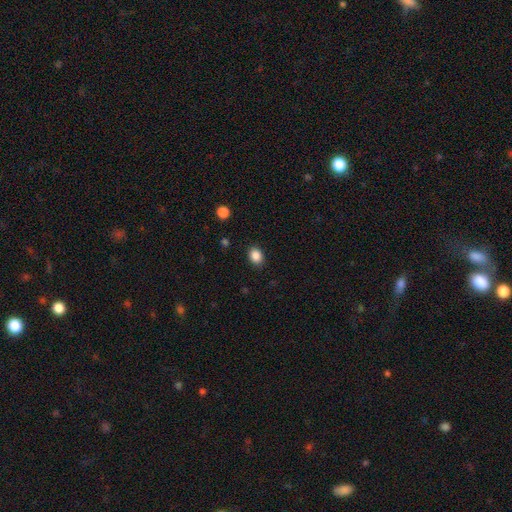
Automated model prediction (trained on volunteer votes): A smooth galaxy with no disk features (87%) that is in between round and cigar-shaped (54%).

Vote fractions:
- Smooth or featured? smooth: 87% / star or artifact: 9% / featured or disk: 4%
- How rounded? in between: 54% / round: 45% / cigar-shaped: 1%
- Merging? none: 88% / minor disturbance: 8% / major disturbance: 2% / merger: 1%